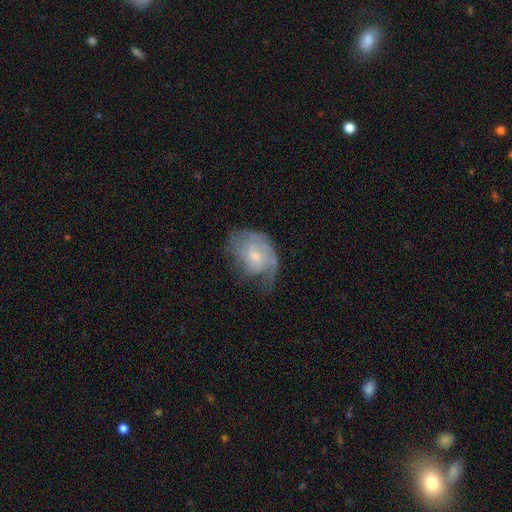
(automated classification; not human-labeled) featured or disk 67%, smooth 26%, star or artifact 7%. Down the decision tree: edge-on disk — no (97%); bar — no (60%); spiral arms — yes (83%); spiral arm count — can't tell (32%); spiral winding — medium (39%); bulge size — small (58%); merging — none (40%).